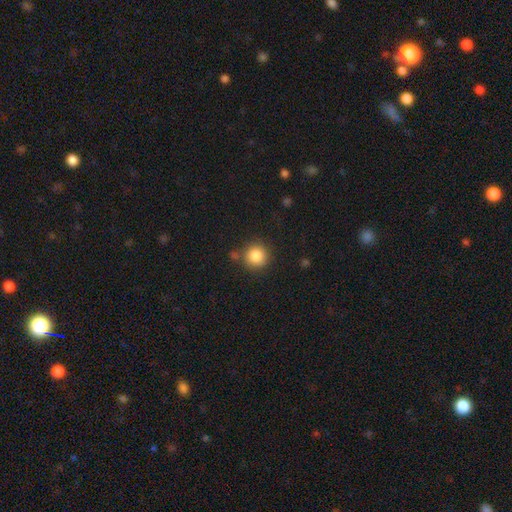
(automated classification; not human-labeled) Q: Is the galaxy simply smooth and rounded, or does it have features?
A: smooth — 85%.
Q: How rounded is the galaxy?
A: round — 93%.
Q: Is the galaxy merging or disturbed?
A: none — 80%.